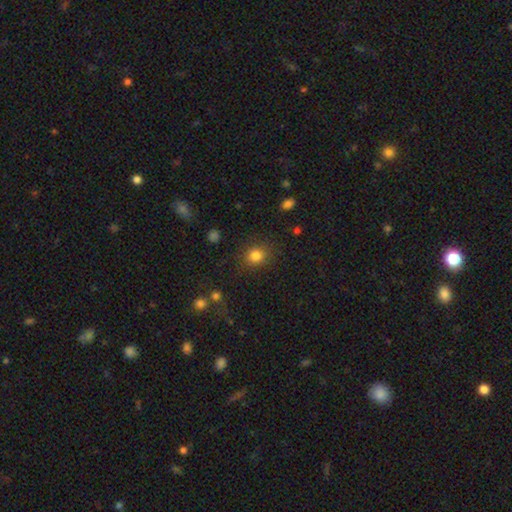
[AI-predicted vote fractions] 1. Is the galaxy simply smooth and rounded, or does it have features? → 83% smooth, 12% star or artifact, 5% featured or disk.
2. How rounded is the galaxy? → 82% round, 17% in between, 1% cigar-shaped.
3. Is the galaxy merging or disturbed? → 85% none, 9% minor disturbance, 4% major disturbance, 2% merger.